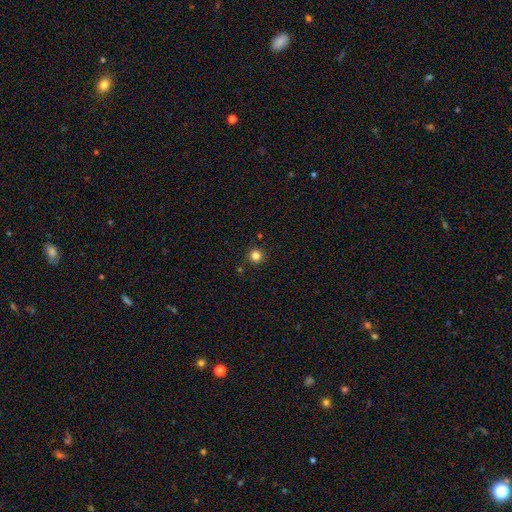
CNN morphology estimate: Smooth or featured? smooth (82%)
How rounded? round (95%)
Merging? none (90%)